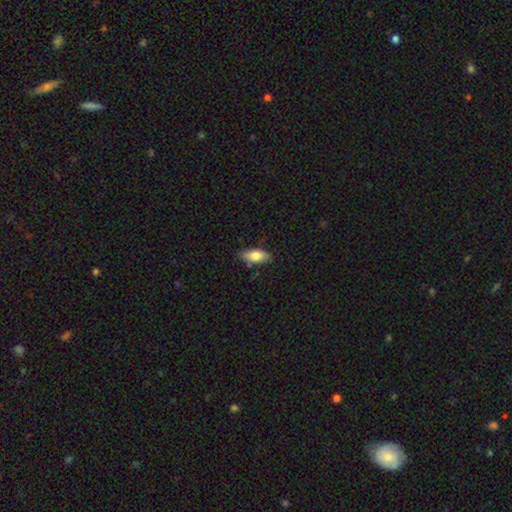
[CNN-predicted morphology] This appears to be a smooth galaxy with no disk features (75%) that is in between round and cigar-shaped (81%). Merging: none (78%).